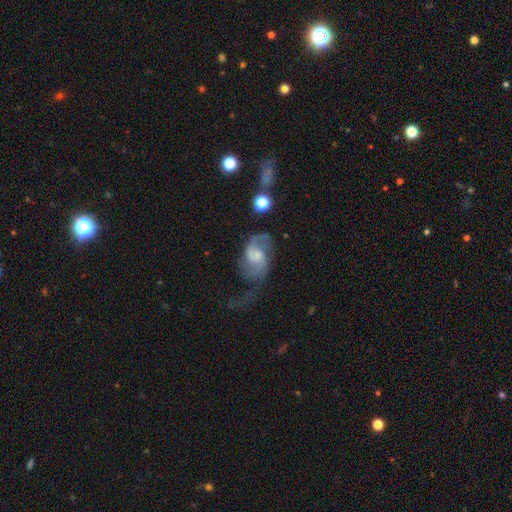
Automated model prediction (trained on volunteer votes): smooth-or-featured: featured or disk: 72% | smooth: 20% | star or artifact: 8%
  disk-edge-on: no: 97% | yes: 3%
    bar: no: 52% | weak: 41% | strong: 7%
    has-spiral-arms: yes: 89% | no: 11%
      spiral-winding: loose: 57% | medium: 34% | tight: 10%
      spiral-arm-count: 2: 73% | 1: 10% | can't tell: 10% | 3: 3% | 4: 2% | more than 4: 2%
    bulge-size: small: 39% | moderate: 36% | none: 16% | large: 8% | dominant: 2%
  merging: major disturbance: 49% | none: 27% | minor disturbance: 19% | merger: 5%